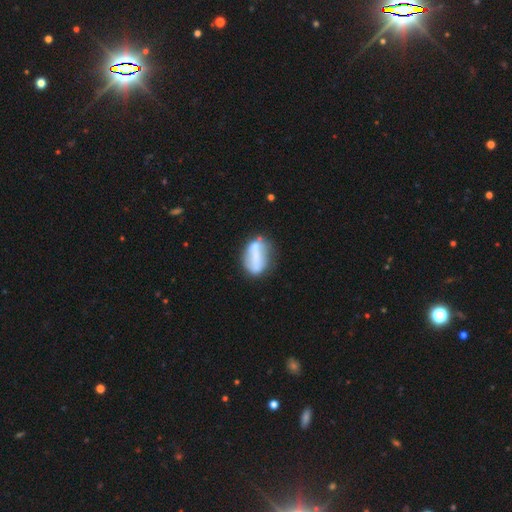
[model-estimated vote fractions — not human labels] smooth-or-featured: smooth: 54% | featured or disk: 38% | star or artifact: 9%
  how-rounded: in between: 80% | round: 11% | cigar-shaped: 10%
  merging: none: 50% | minor disturbance: 25% | merger: 14% | major disturbance: 11%